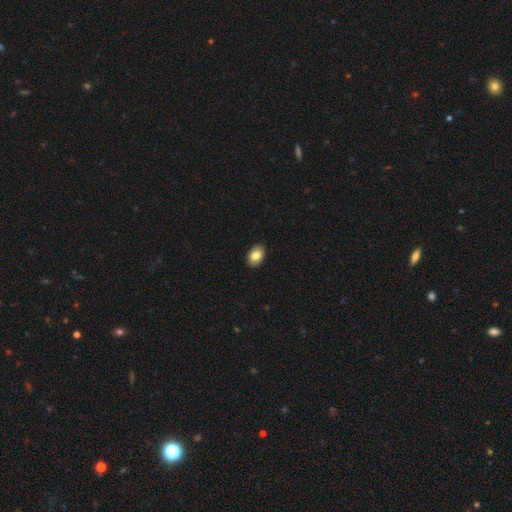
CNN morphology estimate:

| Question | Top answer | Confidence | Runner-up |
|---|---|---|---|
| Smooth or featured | smooth | 84% | featured or disk (9%) |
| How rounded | in between | 89% | round (10%) |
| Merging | none | 89% | minor disturbance (8%) |